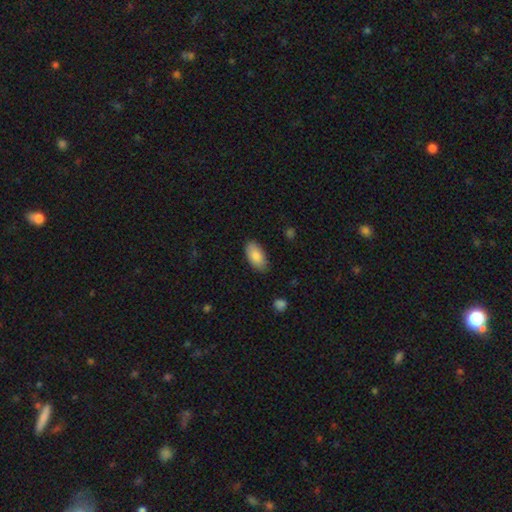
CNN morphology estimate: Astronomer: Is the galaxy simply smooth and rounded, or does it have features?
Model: smooth — 84%.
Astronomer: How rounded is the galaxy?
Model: in between — 94%.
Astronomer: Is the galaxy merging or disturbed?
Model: none — 83%.